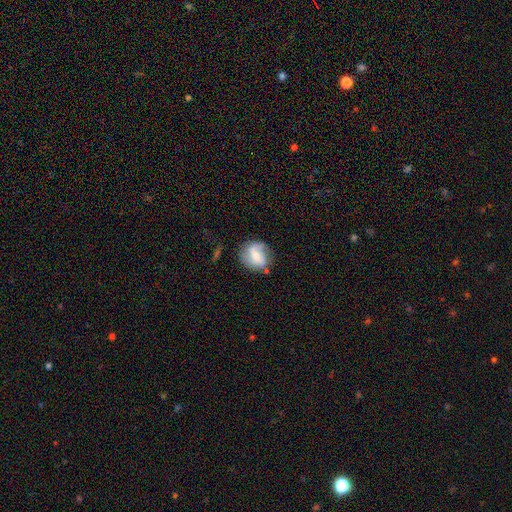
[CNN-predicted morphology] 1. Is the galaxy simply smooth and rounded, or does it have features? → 55% featured or disk, 38% smooth, 8% star or artifact.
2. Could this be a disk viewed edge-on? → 96% no, 4% yes.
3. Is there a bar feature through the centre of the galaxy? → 40% weak, 36% no, 24% strong.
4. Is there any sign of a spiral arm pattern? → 78% yes, 22% no.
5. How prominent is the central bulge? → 50% moderate, 43% small, 4% large, 3% none, 1% dominant.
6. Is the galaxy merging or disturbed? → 65% none, 22% minor disturbance, 8% major disturbance, 4% merger.